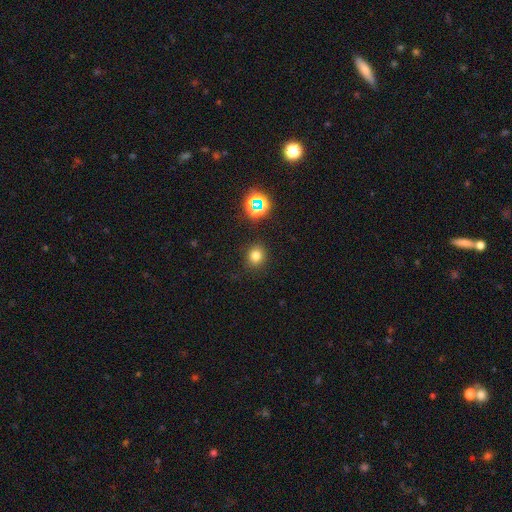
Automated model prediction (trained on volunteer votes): smooth-or-featured: smooth: 75% | star or artifact: 18% | featured or disk: 7%
  how-rounded: round: 80% | in between: 19% | cigar-shaped: 1%
  merging: none: 88% | minor disturbance: 8% | major disturbance: 3% | merger: 2%